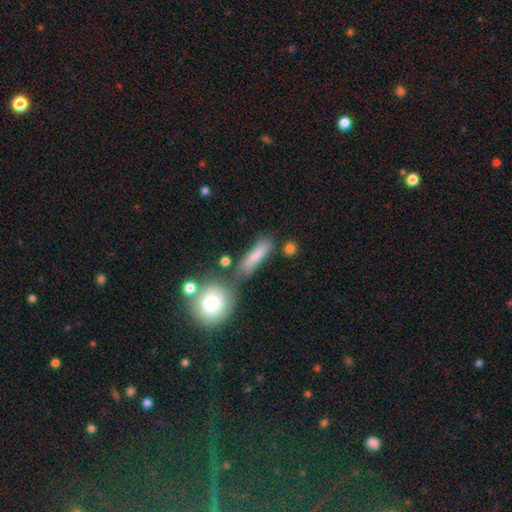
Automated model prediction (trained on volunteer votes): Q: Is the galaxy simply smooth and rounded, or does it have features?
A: smooth — 76%.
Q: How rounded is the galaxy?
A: cigar-shaped — 62%.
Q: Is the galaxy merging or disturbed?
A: none — 63%.